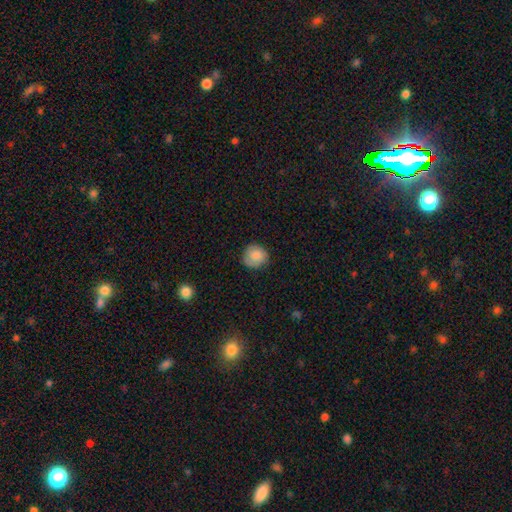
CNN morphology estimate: Smooth or featured?
  - smooth: 80% *
  - featured or disk: 12%
  - star or artifact: 7%
How rounded?
  - round: 88% *
  - in between: 11%
  - cigar-shaped: 1%
Merging?
  - none: 79% *
  - minor disturbance: 17%
  - major disturbance: 3%
  - merger: 1%